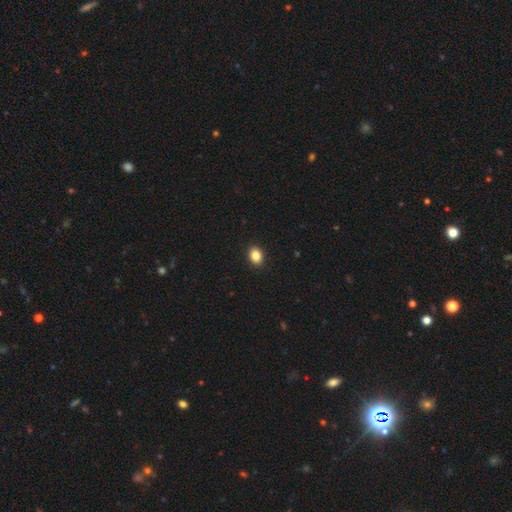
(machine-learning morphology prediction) This is clearly a smooth galaxy (86%). How rounded: possibly in between (60%). Merging: clearly none (92%).